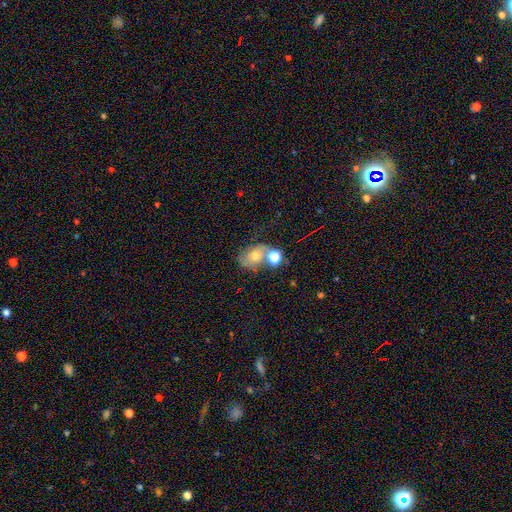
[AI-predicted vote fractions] smooth_or_featured: smooth (p=0.48) [alt: featured or disk p=0.38]
merging: none (p=0.37) [alt: merger p=0.36]